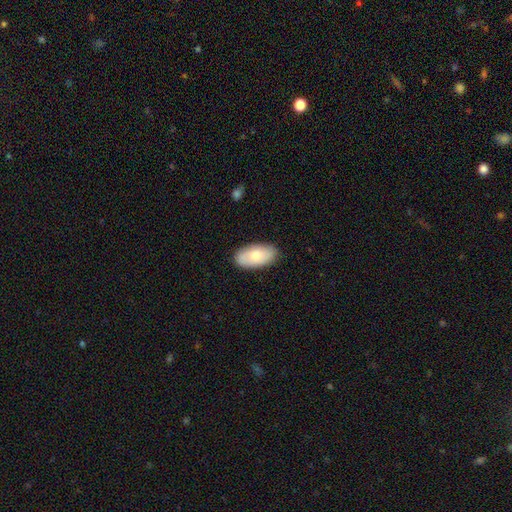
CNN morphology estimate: A smooth galaxy with no disk features (77%) that is in between round and cigar-shaped (95%).

Vote fractions:
- Smooth or featured? smooth: 77% / featured or disk: 17% / star or artifact: 6%
- How rounded? in between: 95% / cigar-shaped: 3% / round: 2%
- Merging? none: 86% / minor disturbance: 11% / major disturbance: 2% / merger: 1%